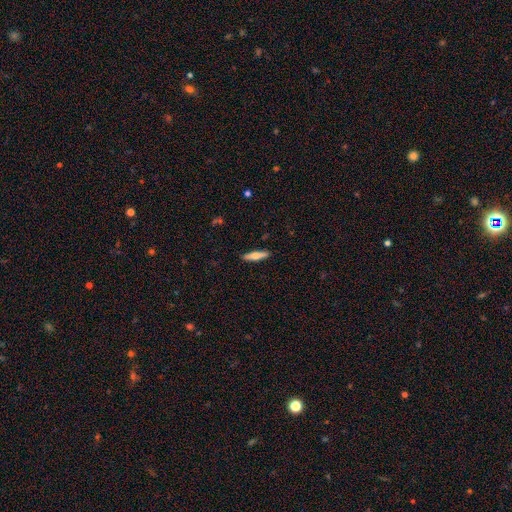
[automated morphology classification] A smooth galaxy with no disk features (60%) that is cigar-shaped (77%).

Vote fractions:
- Smooth or featured? smooth: 60% / featured or disk: 34% / star or artifact: 6%
- How rounded? cigar-shaped: 77% / in between: 21% / round: 2%
- Merging? none: 89% / minor disturbance: 8% / major disturbance: 2% / merger: 1%